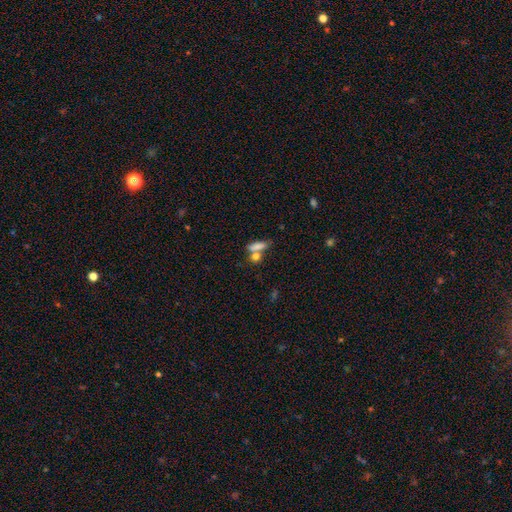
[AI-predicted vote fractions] smooth-or-featured: smooth: 77% | featured or disk: 12% | star or artifact: 11%
  how-rounded: in between: 49% | cigar-shaped: 26% | round: 25%
  merging: none: 45% | merger: 39% | minor disturbance: 10% | major disturbance: 6%